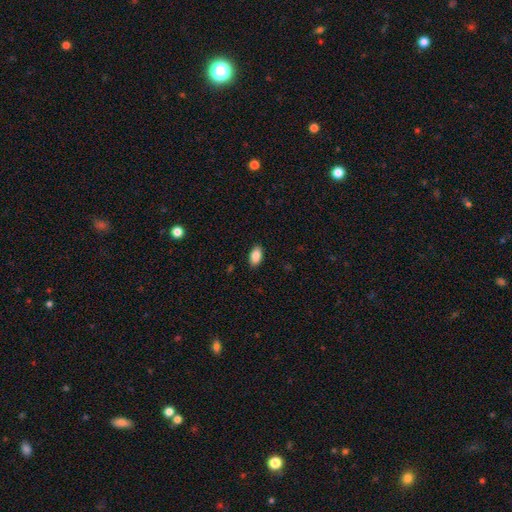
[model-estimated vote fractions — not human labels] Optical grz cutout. It shows a smooth galaxy with no disk features (87%) that is in between round and cigar-shaped (93%). Merging: none (89%).